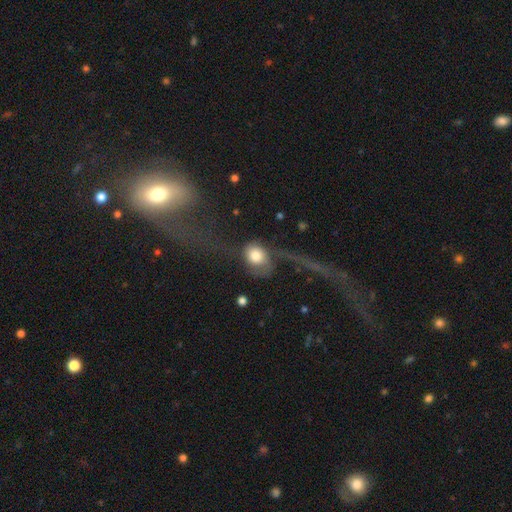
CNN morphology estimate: Smooth or featured? Predicted: smooth (p=0.67). How rounded? Predicted: round (p=0.54). Merging? Predicted: major disturbance (p=0.55).